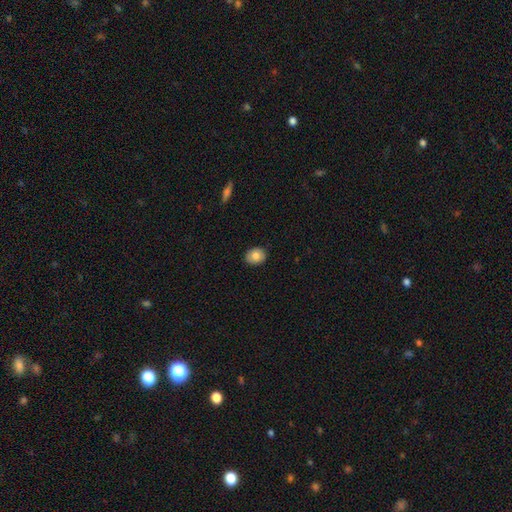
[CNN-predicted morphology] smooth-or-featured: smooth: 81% | featured or disk: 11% | star or artifact: 8%
  how-rounded: round: 54% | in between: 45% | cigar-shaped: 1%
  merging: none: 89% | minor disturbance: 9% | major disturbance: 2% | merger: 1%